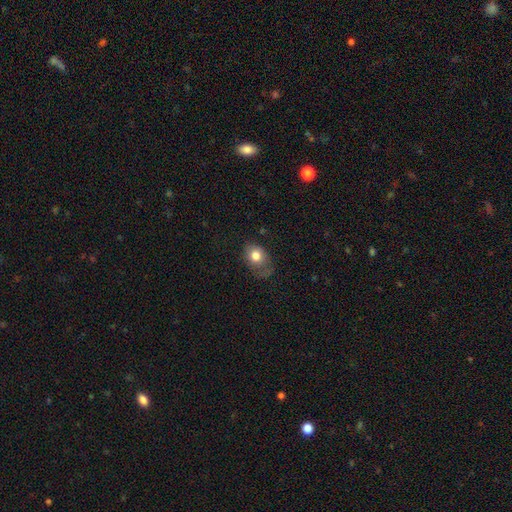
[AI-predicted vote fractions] Smooth or featured?
  - smooth: 78% *
  - featured or disk: 13%
  - star or artifact: 9%
How rounded?
  - in between: 61% *
  - round: 38%
  - cigar-shaped: 1%
Merging?
  - none: 44% *
  - minor disturbance: 33%
  - major disturbance: 21%
  - merger: 2%